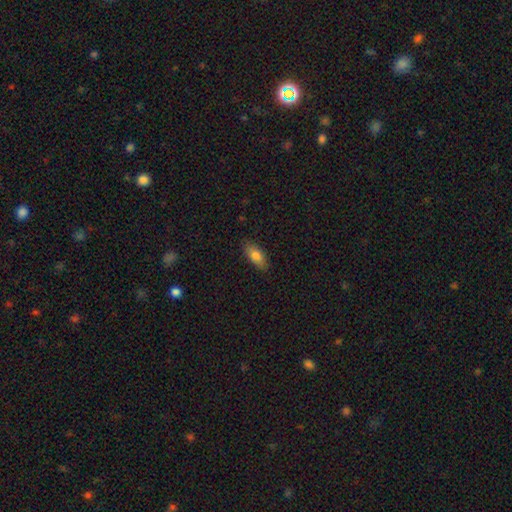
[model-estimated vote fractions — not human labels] Morphology: type=smooth (79%); roundness=in between (85%); merging=none (86%).